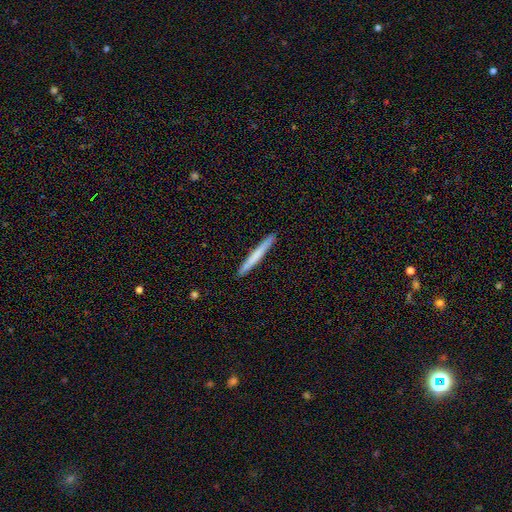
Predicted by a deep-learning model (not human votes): The model was most divided on "smooth or featured": smooth: 67%, featured or disk: 28%, star or artifact: 5%. More confident: how rounded — cigar-shaped (97%); merging — none (93%).